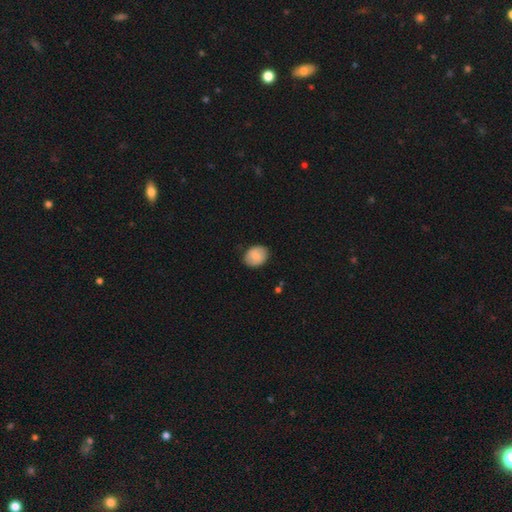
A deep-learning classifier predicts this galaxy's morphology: Q: Smooth or featured?
A: smooth (72%); runner-up: featured or disk (21%)
Q: How rounded?
A: in between (56%); runner-up: round (43%)
Q: Merging?
A: none (83%); runner-up: minor disturbance (13%)